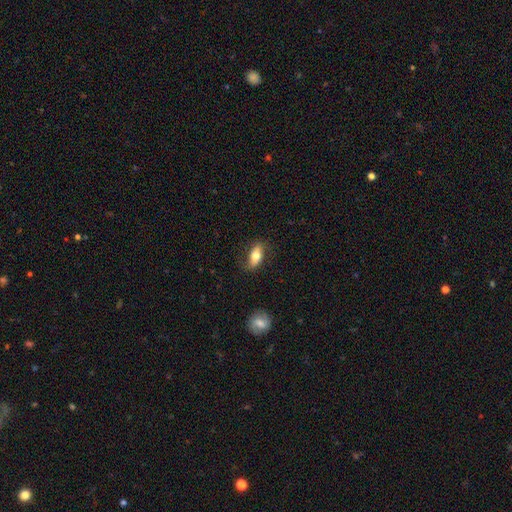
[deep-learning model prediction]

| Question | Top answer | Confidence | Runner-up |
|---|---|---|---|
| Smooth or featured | smooth | 64% | featured or disk (29%) |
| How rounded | in between | 76% | cigar-shaped (19%) |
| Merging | none | 77% | minor disturbance (17%) |